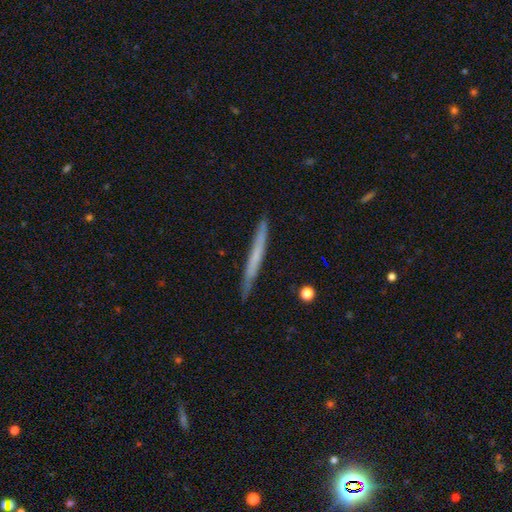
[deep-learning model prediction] Smooth or featured? Predicted: smooth (p=0.50). Merging? Predicted: none (p=0.87).